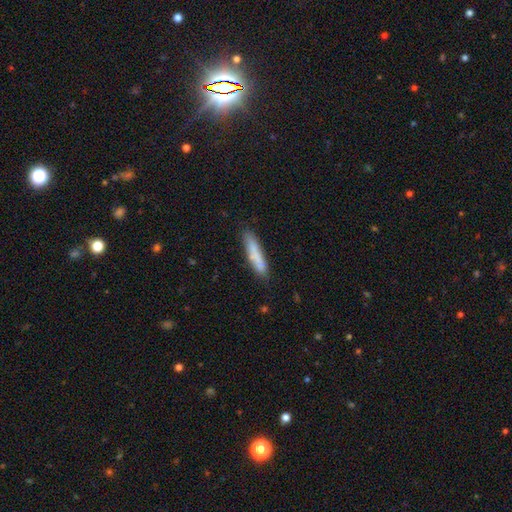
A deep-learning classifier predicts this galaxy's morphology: Smooth or featured? smooth (78%)
How rounded? cigar-shaped (89%)
Merging? none (81%)